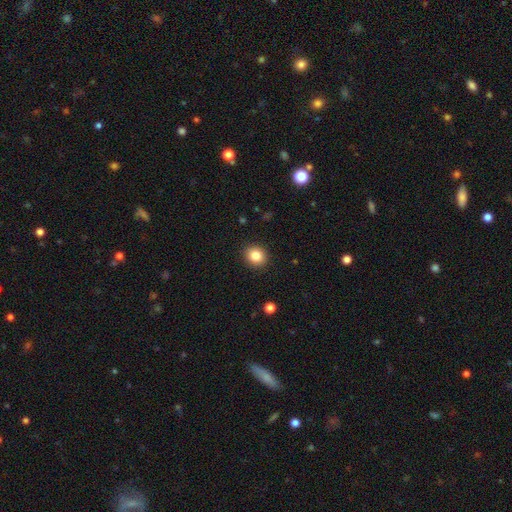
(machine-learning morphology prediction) Smooth or featured? Predicted: smooth (p=0.84). How rounded? Predicted: round (p=0.80). Merging? Predicted: none (p=0.91).